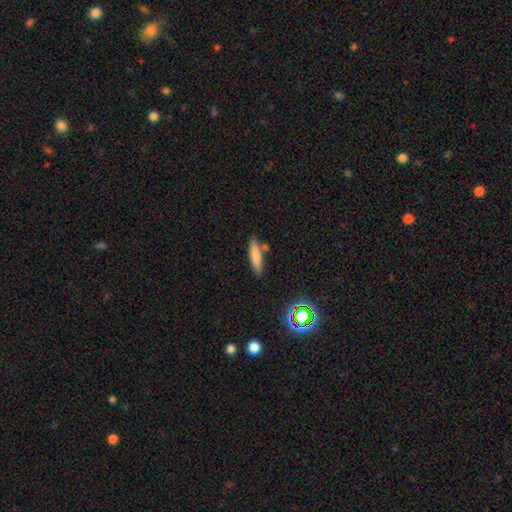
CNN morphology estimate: Smooth or featured?
  - smooth: 79% *
  - featured or disk: 12%
  - star or artifact: 9%
How rounded?
  - cigar-shaped: 69% *
  - in between: 29%
  - round: 2%
Merging?
  - none: 75% *
  - minor disturbance: 13%
  - merger: 9%
  - major disturbance: 3%